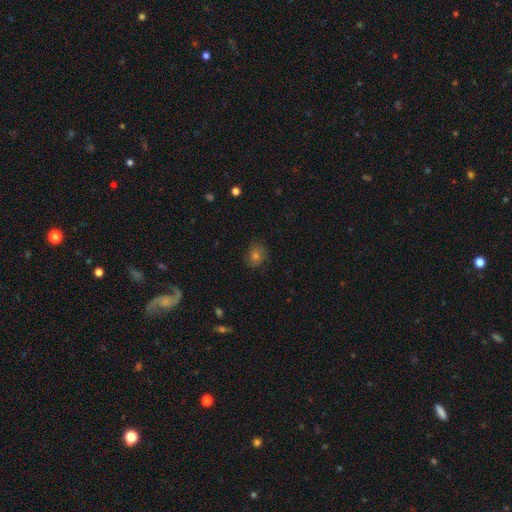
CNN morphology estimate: Smooth or featured?
  - smooth: 52% *
  - featured or disk: 26%
  - star or artifact: 22%
How rounded?
  - round: 69% *
  - in between: 29%
  - cigar-shaped: 1%
Merging?
  - none: 81% *
  - minor disturbance: 12%
  - major disturbance: 5%
  - merger: 1%